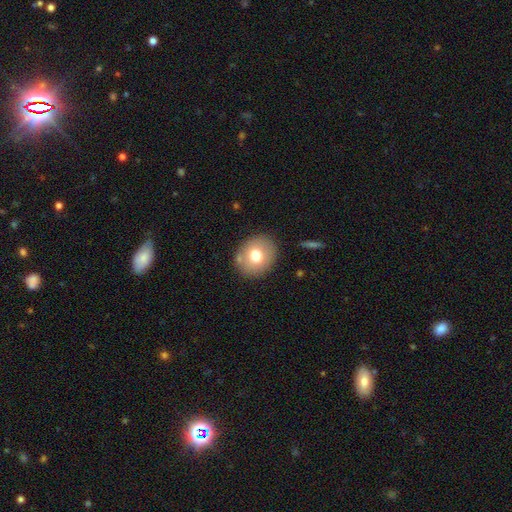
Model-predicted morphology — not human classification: The model was most divided on "how rounded": round: 64%, in between: 35%, cigar-shaped: 1%. More confident: merging — none (83%); smooth or featured — smooth (72%).